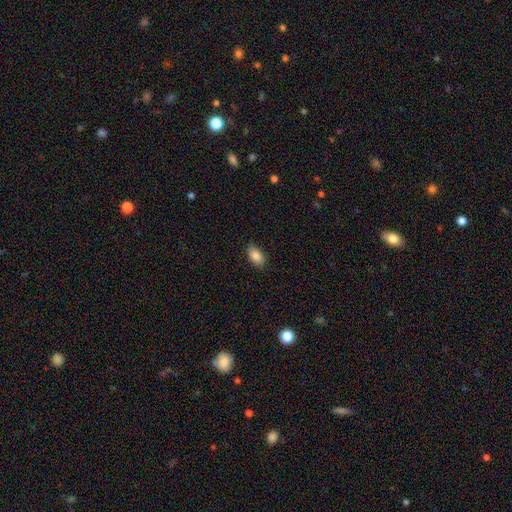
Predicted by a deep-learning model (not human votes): smooth-or-featured: smooth: 85% | star or artifact: 7% | featured or disk: 7%
  how-rounded: in between: 92% | round: 6% | cigar-shaped: 2%
  merging: none: 85% | minor disturbance: 12% | major disturbance: 2% | merger: 1%